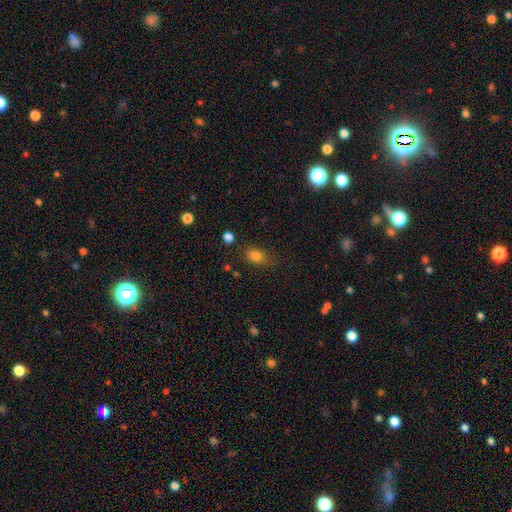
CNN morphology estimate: Smooth or featured? Predicted: smooth (p=0.81). How rounded? Predicted: in between (p=0.72). Merging? Predicted: none (p=0.75).